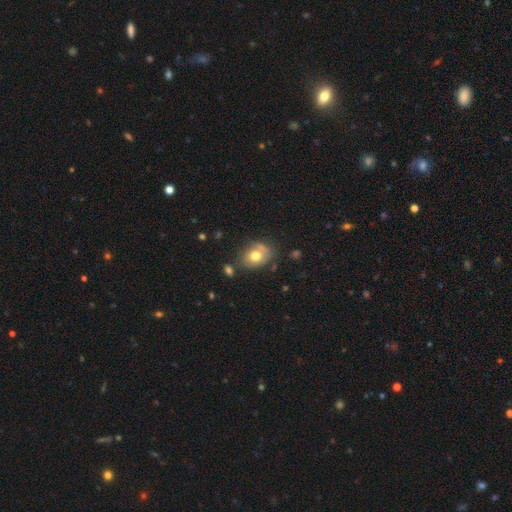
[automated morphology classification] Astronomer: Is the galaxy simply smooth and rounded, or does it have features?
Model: smooth — 66%.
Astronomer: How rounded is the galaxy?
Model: in between — 66%.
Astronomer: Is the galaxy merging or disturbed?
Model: none — 59%.